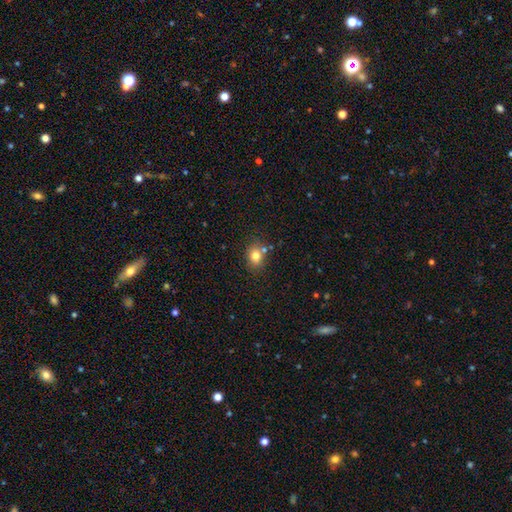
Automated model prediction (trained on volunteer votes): Smooth or featured? Predicted: smooth (p=0.80). How rounded? Predicted: round (p=0.52). Merging? Predicted: none (p=0.70).